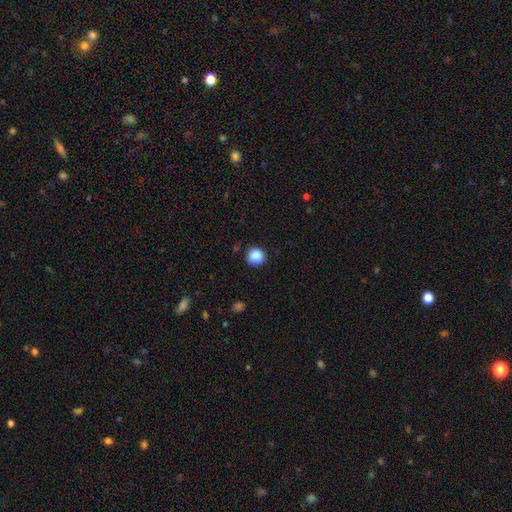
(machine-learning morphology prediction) smooth-or-featured: smooth: 88% | star or artifact: 10% | featured or disk: 3%
  how-rounded: round: 94% | in between: 5% | cigar-shaped: 1%
  merging: none: 91% | minor disturbance: 6% | major disturbance: 2% | merger: 1%